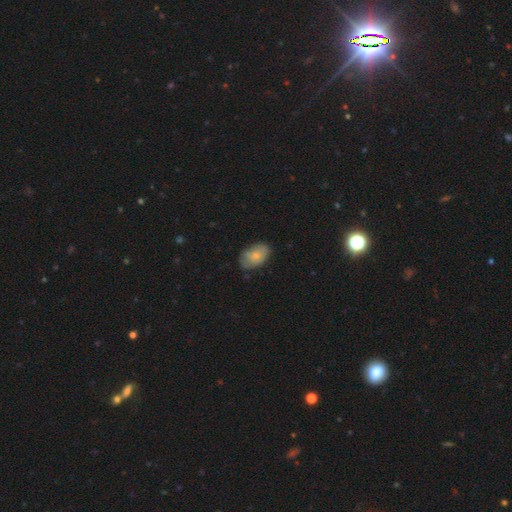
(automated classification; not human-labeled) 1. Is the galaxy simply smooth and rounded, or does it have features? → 72% smooth, 22% featured or disk, 7% star or artifact.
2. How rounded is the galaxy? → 88% in between, 11% round, 1% cigar-shaped.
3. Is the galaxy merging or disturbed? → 64% none, 28% minor disturbance, 7% major disturbance, 2% merger.